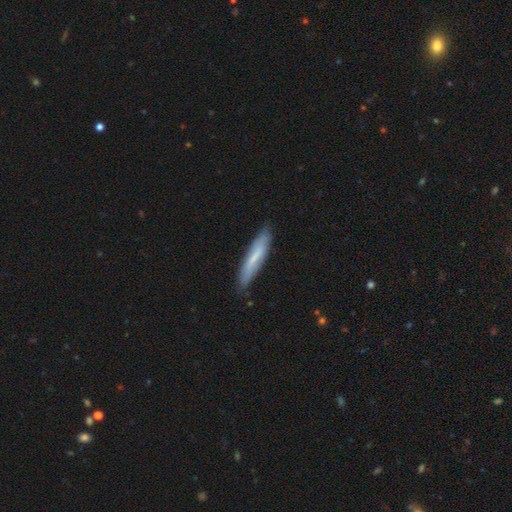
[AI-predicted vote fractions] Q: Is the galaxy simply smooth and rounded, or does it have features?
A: smooth — 60%.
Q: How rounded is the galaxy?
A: cigar-shaped — 85%.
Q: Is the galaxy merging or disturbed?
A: none — 80%.